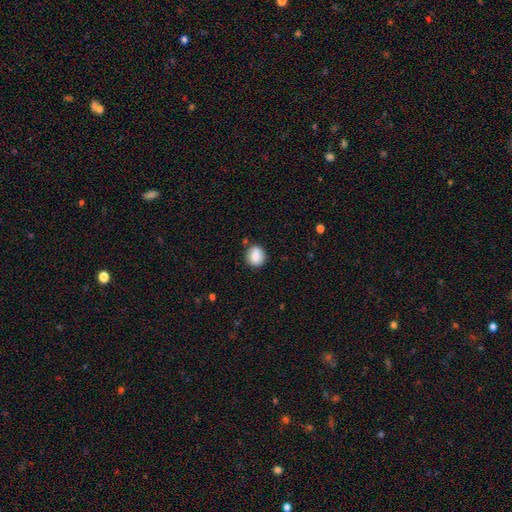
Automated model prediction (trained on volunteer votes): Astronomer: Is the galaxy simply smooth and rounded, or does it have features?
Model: smooth — 81%.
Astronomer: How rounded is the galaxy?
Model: round — 78%.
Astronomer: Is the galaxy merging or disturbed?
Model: none — 77%.